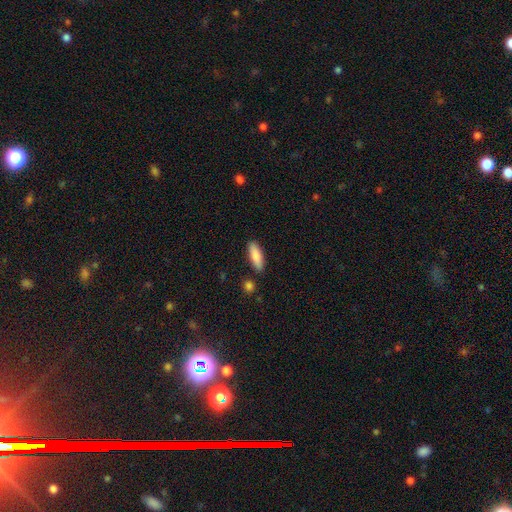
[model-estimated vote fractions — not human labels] A smooth galaxy with no disk features (85%) that is in between round and cigar-shaped (54%). Merging: none (86%).